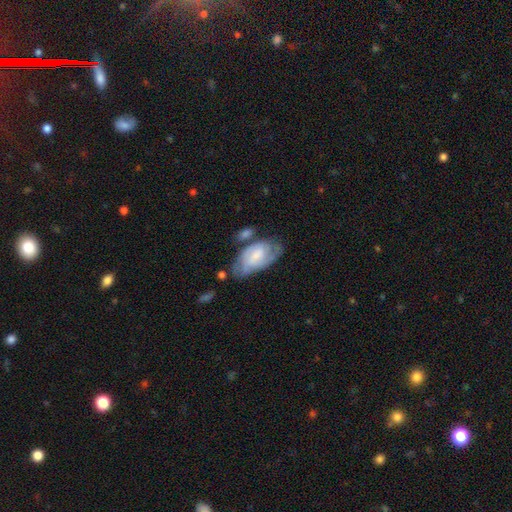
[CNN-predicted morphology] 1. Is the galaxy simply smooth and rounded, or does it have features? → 53% featured or disk, 41% smooth, 7% star or artifact.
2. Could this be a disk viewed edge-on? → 94% no, 6% yes.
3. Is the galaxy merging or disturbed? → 47% none, 27% minor disturbance, 14% major disturbance, 13% merger.